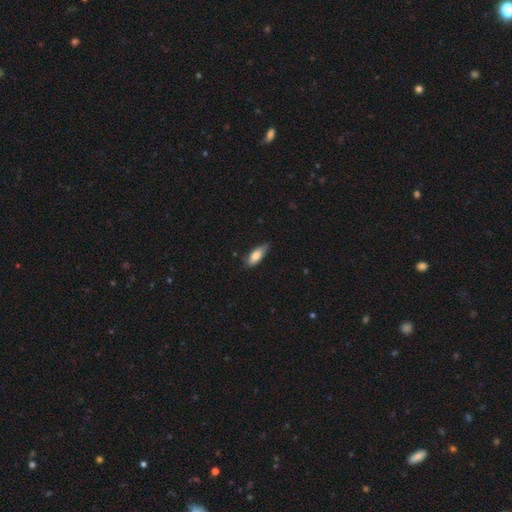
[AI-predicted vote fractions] This appears to be a smooth galaxy with no disk features (78%) that is in between round and cigar-shaped (70%). Merging: none (72%).